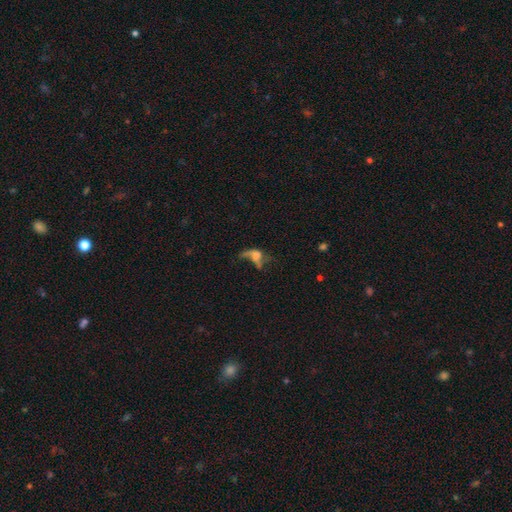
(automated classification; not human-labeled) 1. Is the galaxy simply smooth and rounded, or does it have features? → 51% featured or disk, 33% smooth, 17% star or artifact.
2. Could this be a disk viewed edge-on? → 90% no, 10% yes.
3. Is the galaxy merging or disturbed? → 49% major disturbance, 24% none, 14% merger, 13% minor disturbance.